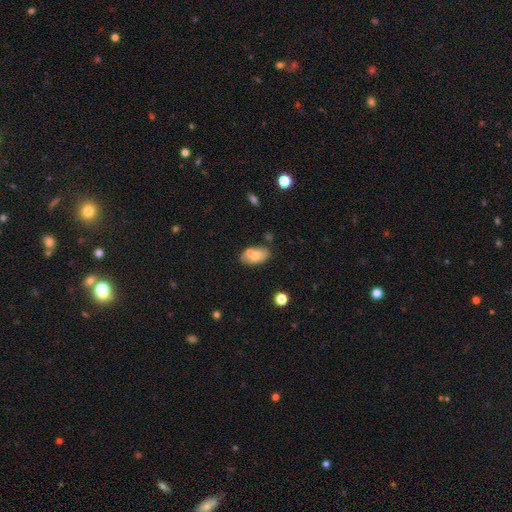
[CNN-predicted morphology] A smooth galaxy with no disk features (73%) that is in between round and cigar-shaped (92%). Merging: none (65%).